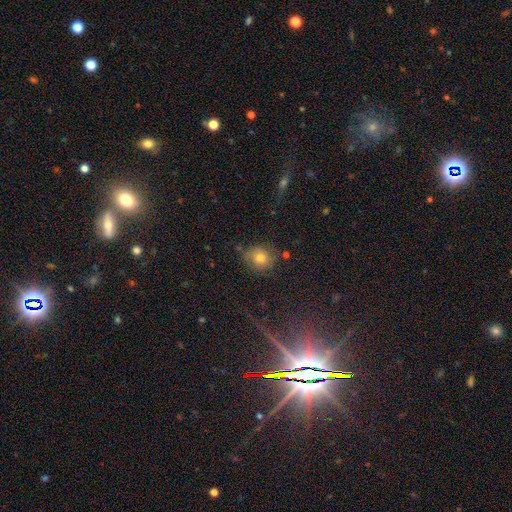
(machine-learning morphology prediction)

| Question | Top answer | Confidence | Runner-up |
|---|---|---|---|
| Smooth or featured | smooth | 65% | star or artifact (18%) |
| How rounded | round | 82% | in between (17%) |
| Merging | none | 73% | minor disturbance (17%) |